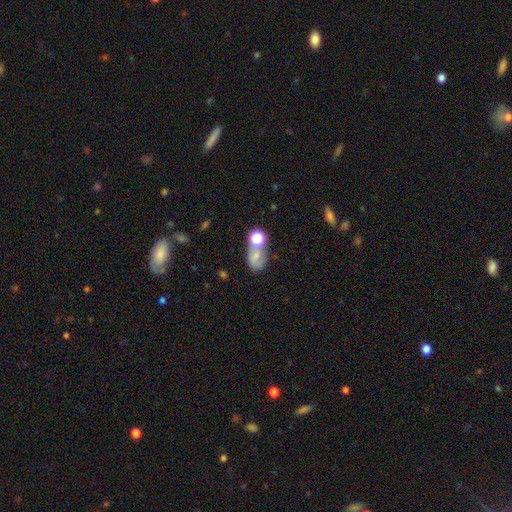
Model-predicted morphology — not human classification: Overall: smooth (61%; featured or disk 23%). How rounded: in between (66%; round 31%). Merging: merger (37%; none 33%).